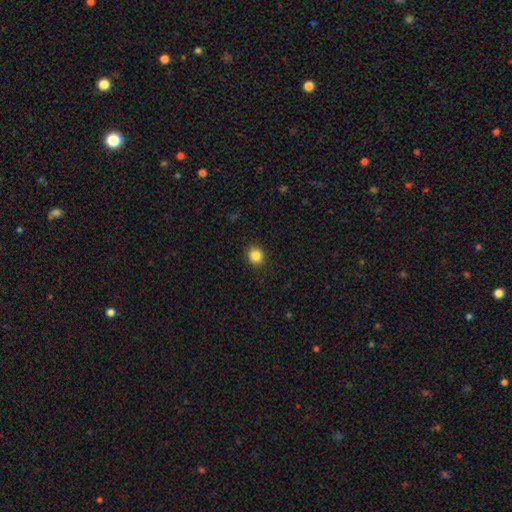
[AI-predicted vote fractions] A smooth galaxy with no disk features (85%) that is round (85%). Merging: none (91%).